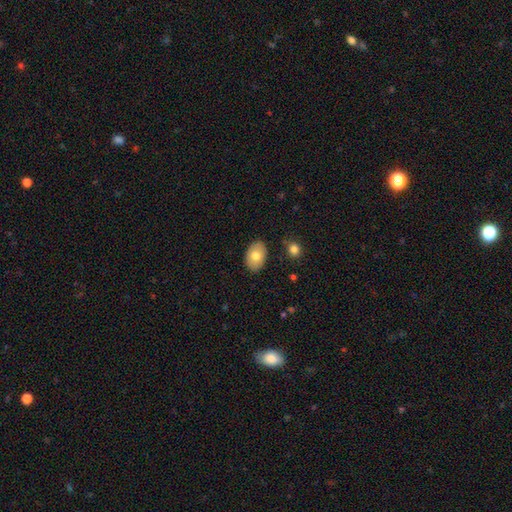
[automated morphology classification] Smooth or featured?
  - smooth: 76% *
  - featured or disk: 18%
  - star or artifact: 7%
How rounded?
  - in between: 86% *
  - round: 13%
  - cigar-shaped: 1%
Merging?
  - none: 86% *
  - minor disturbance: 10%
  - major disturbance: 2%
  - merger: 2%